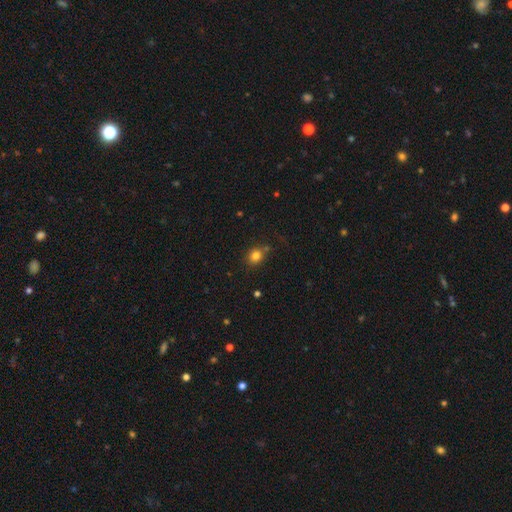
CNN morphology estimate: smooth-or-featured: smooth: 81% | star or artifact: 13% | featured or disk: 6%
  how-rounded: round: 70% | in between: 29% | cigar-shaped: 1%
  merging: none: 73% | minor disturbance: 14% | merger: 8% | major disturbance: 4%